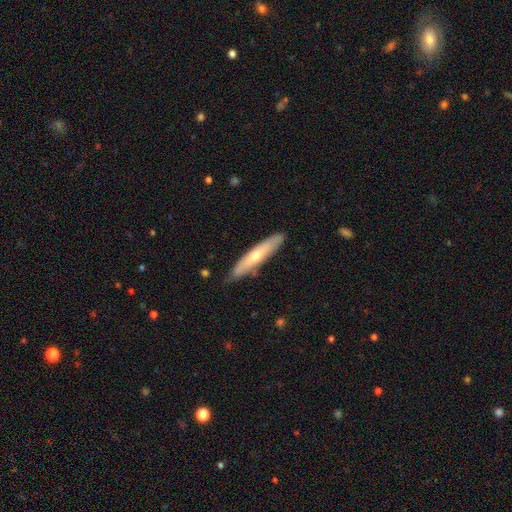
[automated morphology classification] The model was most divided on "smooth or featured": smooth: 51%, featured or disk: 44%, star or artifact: 6%. More confident: how rounded — cigar-shaped (86%); merging — none (82%).